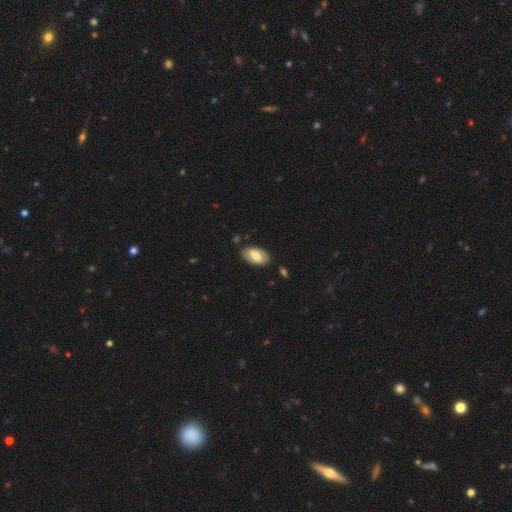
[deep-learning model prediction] A smooth galaxy with no disk features (57%) that is in between round and cigar-shaped (94%).

Vote fractions:
- Smooth or featured? smooth: 57% / featured or disk: 36% / star or artifact: 6%
- How rounded? in between: 94% / round: 4% / cigar-shaped: 2%
- Merging? none: 80% / minor disturbance: 14% / major disturbance: 3% / merger: 2%